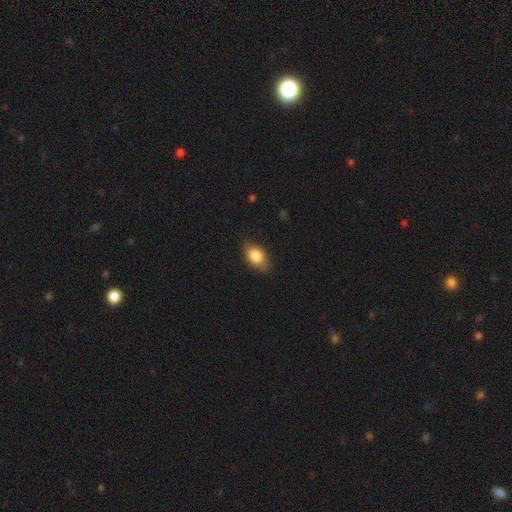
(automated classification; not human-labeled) Smooth or featured: smooth — 82% (featured or disk — 11%)
How rounded: in between — 84% (round — 13%)
Merging: none — 79% (minor disturbance — 16%)